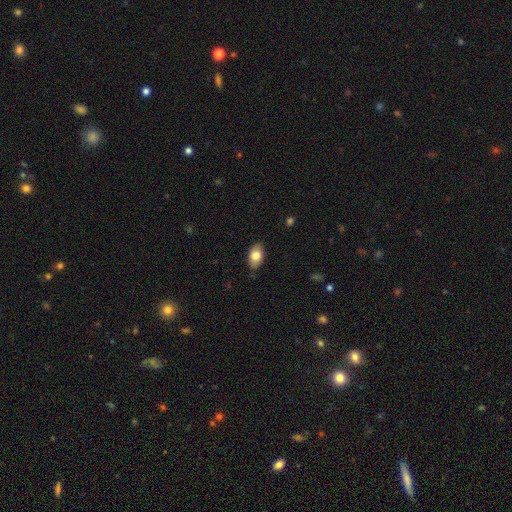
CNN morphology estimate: A smooth galaxy with no disk features (78%) that is in between round and cigar-shaped (91%).

Vote fractions:
- Smooth or featured? smooth: 78% / featured or disk: 15% / star or artifact: 7%
- How rounded? in between: 91% / round: 7% / cigar-shaped: 2%
- Merging? none: 84% / minor disturbance: 13% / major disturbance: 2% / merger: 1%